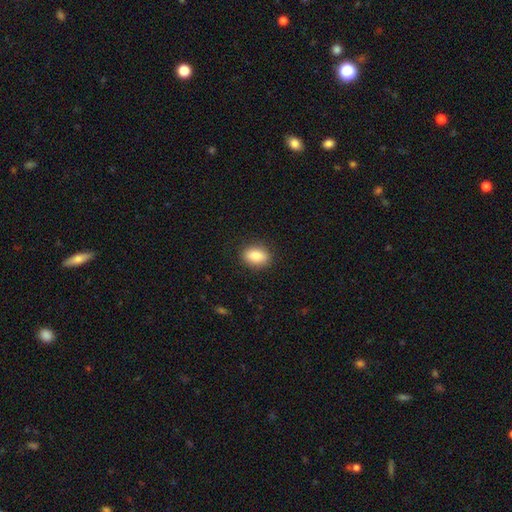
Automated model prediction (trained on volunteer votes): smooth_or_featured: smooth (p=0.85) [alt: star or artifact p=0.08]
how_rounded: in between (p=0.77) [alt: round p=0.21]
merging: none (p=0.88) [alt: minor disturbance p=0.09]